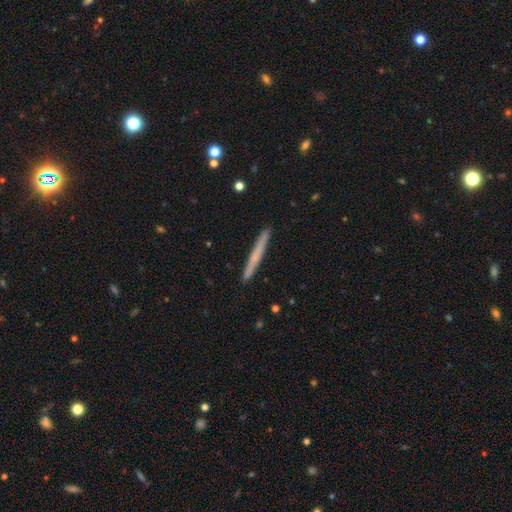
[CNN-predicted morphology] Smooth or featured? smooth (55%)
How rounded? cigar-shaped (97%)
Merging? none (92%)